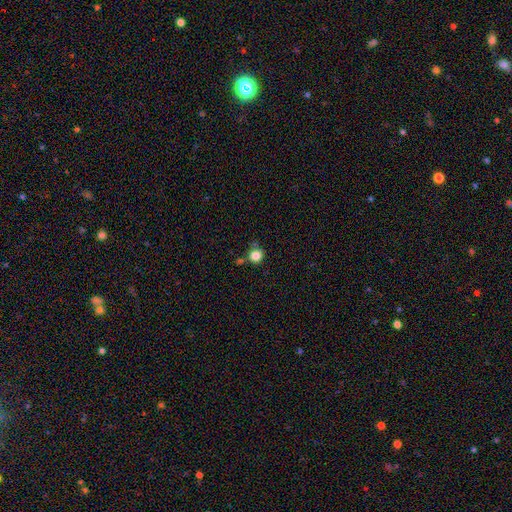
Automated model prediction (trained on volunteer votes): Smooth or featured?
  - smooth: 83% *
  - star or artifact: 12%
  - featured or disk: 5%
How rounded?
  - round: 90% *
  - in between: 9%
  - cigar-shaped: 1%
Merging?
  - none: 71% *
  - minor disturbance: 14%
  - merger: 11%
  - major disturbance: 4%